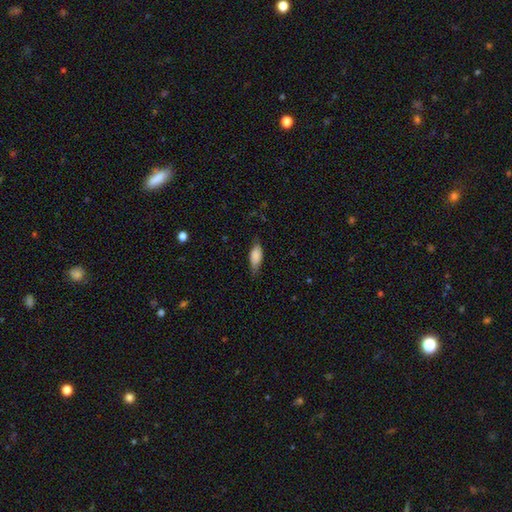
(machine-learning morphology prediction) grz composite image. It shows a smooth galaxy with no disk features (81%) that is in between round and cigar-shaped (82%). Merging: none (66%).